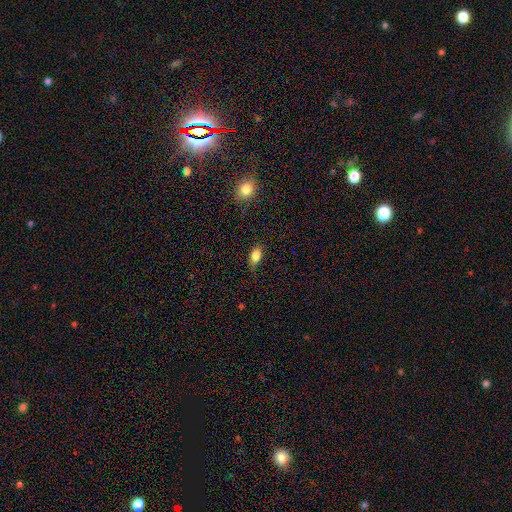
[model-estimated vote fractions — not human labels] A smooth galaxy with no disk features (84%) that is in between round and cigar-shaped (87%). Merging: none (73%).